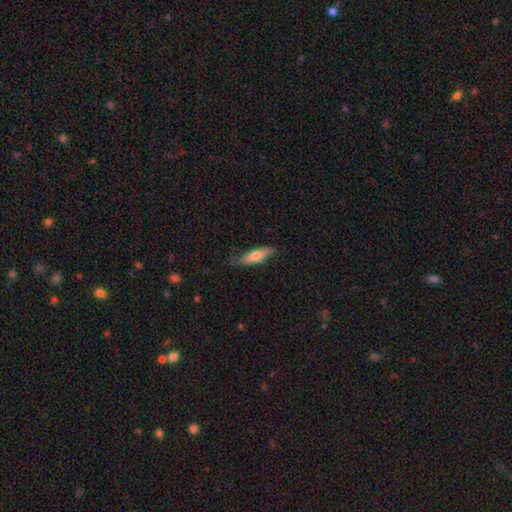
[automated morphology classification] Smooth or featured? Predicted: smooth (p=0.63). How rounded? Predicted: cigar-shaped (p=0.69). Merging? Predicted: none (p=0.76).